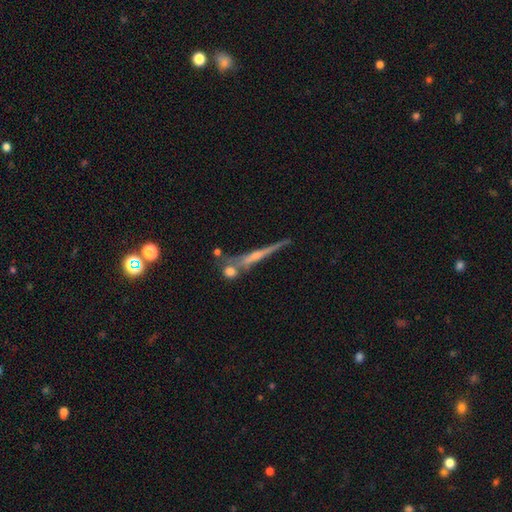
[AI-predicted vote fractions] A featured or disk galaxy (61%) viewed edge-on (94%) with no central bulge (50%).

Vote fractions:
- Smooth or featured? featured or disk: 61% / smooth: 30% / star or artifact: 8%
- Edge-on disk? yes: 94% / no: 6%
- Edge-on bulge? none: 50% / rounded: 39% / boxy: 11%
- Merging? none: 62% / merger: 16% / minor disturbance: 15% / major disturbance: 6%